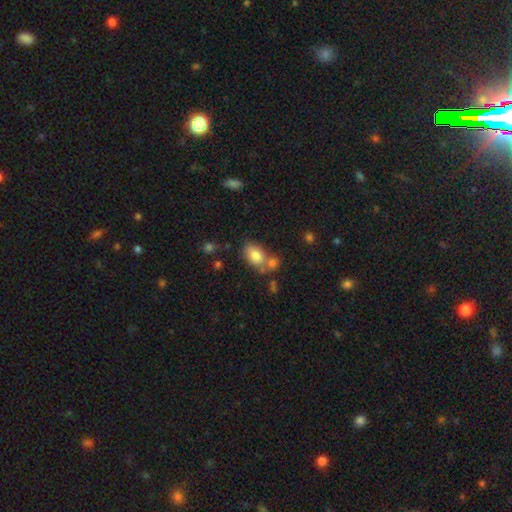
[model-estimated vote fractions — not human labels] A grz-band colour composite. It shows a smooth galaxy with no disk features (79%) that is in between round and cigar-shaped (85%). Merging: none (52%).